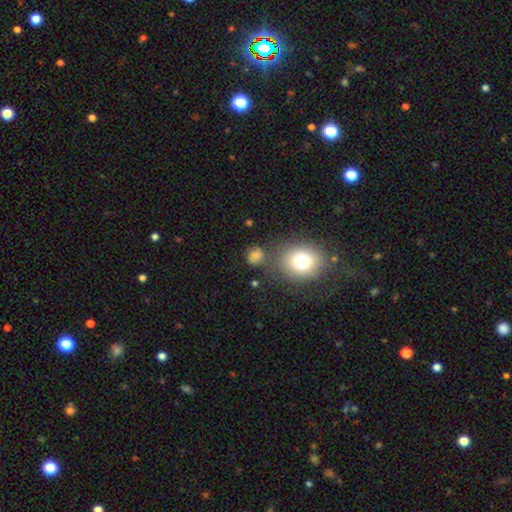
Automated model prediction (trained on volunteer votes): Smooth or featured? Predicted: smooth (p=0.67). How rounded? Predicted: round (p=0.68). Merging? Predicted: none (p=0.58).